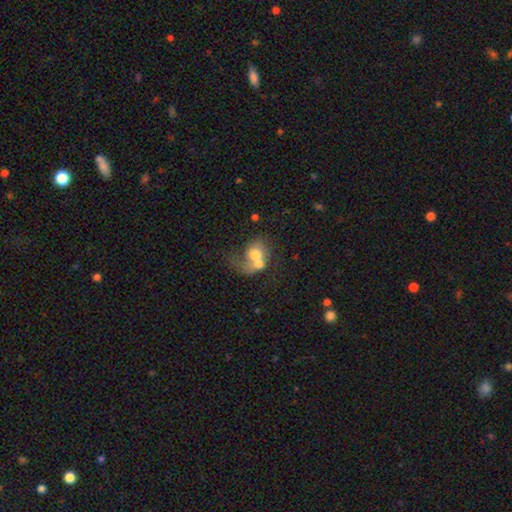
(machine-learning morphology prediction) A smooth galaxy with no disk features (49%). Merging: merger (62%).